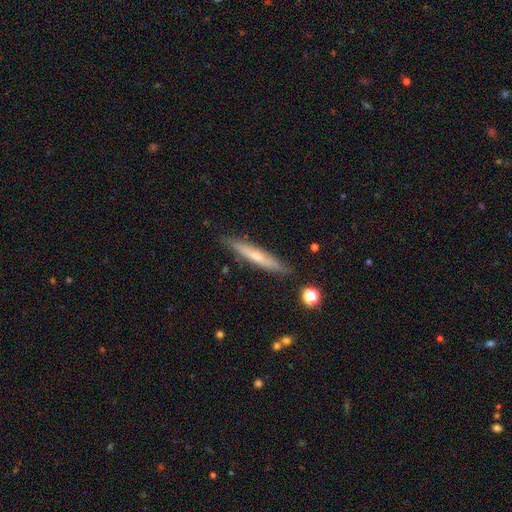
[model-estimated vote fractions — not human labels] Smooth or featured? Predicted: featured or disk (p=0.48). Merging? Predicted: none (p=0.86).